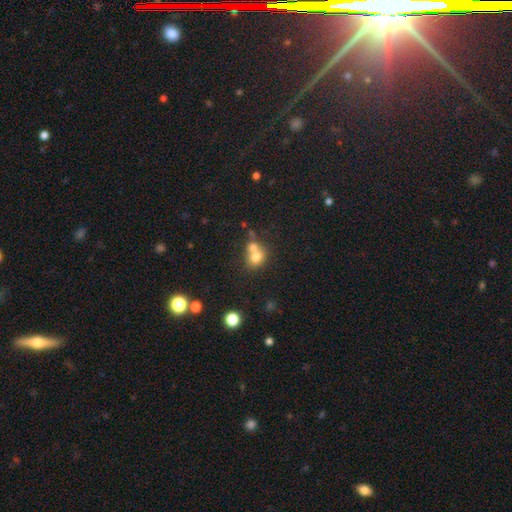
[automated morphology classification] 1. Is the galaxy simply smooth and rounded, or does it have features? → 71% smooth, 15% featured or disk, 14% star or artifact.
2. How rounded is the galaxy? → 73% round, 26% in between, 1% cigar-shaped.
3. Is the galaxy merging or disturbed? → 56% merger, 34% none, 7% minor disturbance, 3% major disturbance.